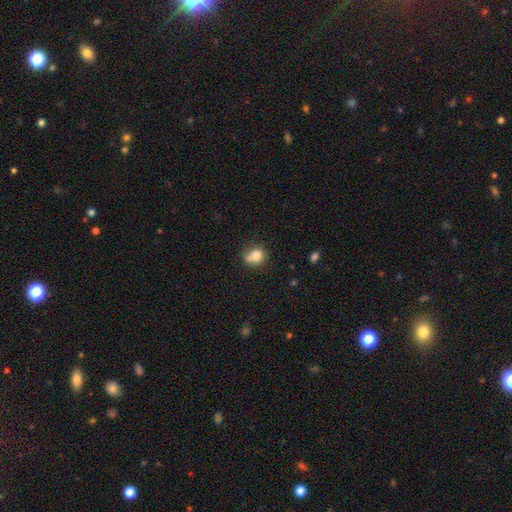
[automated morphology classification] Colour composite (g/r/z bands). It shows a smooth galaxy with no disk features (78%) that is round (74%). Merging: none (45%).